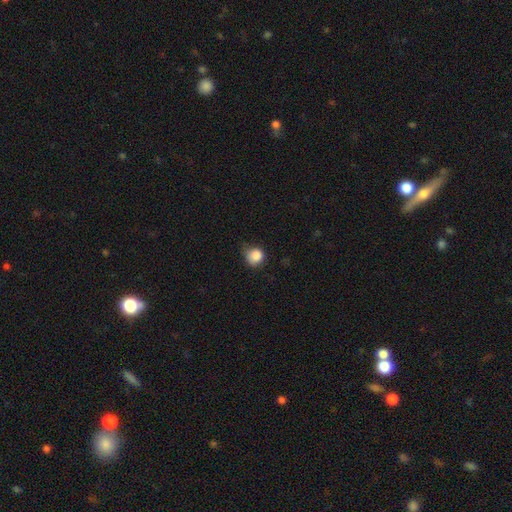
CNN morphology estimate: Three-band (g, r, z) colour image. It shows a smooth galaxy with no disk features (86%) that is round (85%). Merging: none (56%).